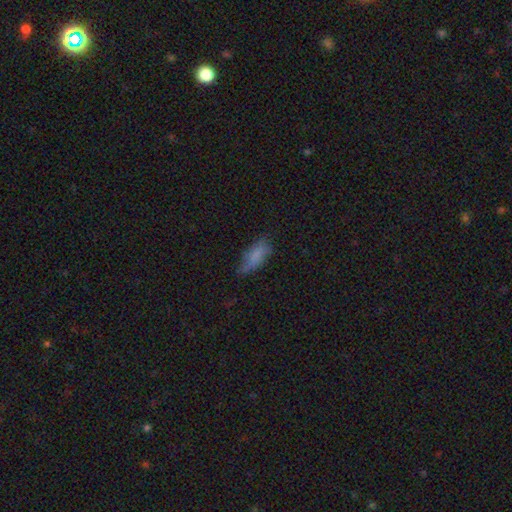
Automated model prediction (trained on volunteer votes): The model was most divided on "merging": none: 54%, minor disturbance: 33%, major disturbance: 11%, merger: 2%. More confident: smooth or featured — smooth (75%); how rounded — in between (73%).